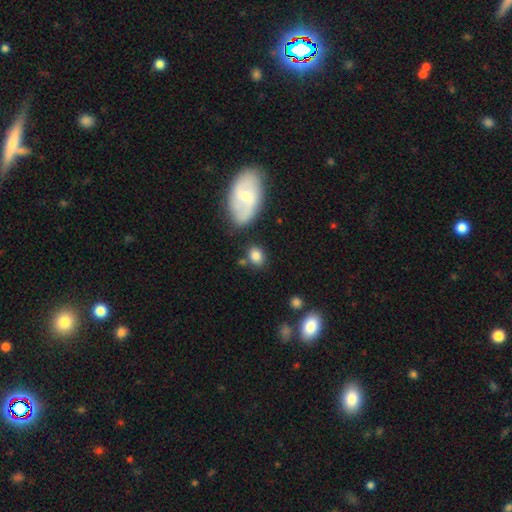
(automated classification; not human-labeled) A smooth galaxy with no disk features (81%) that is in between round and cigar-shaped (62%). Merging: none (70%).